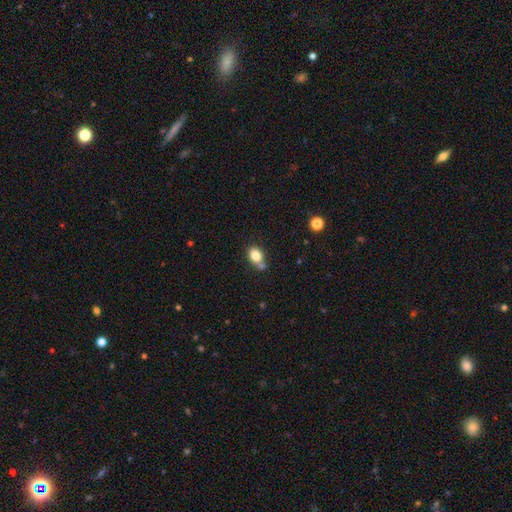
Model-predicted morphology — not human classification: This is clearly a smooth galaxy (82%). How rounded: possibly in between (60%). Merging: possibly none (56%).